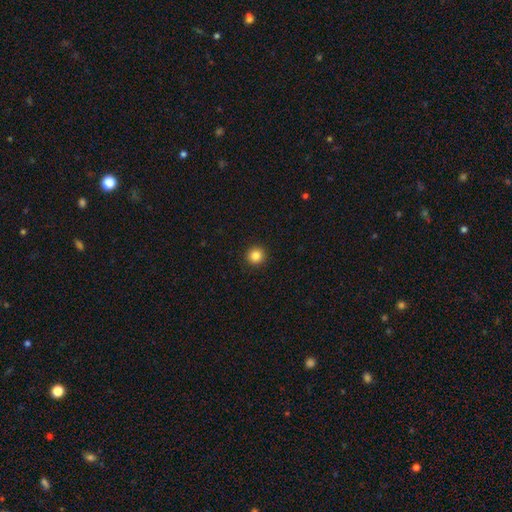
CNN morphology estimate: A smooth galaxy with no disk features (85%) that is round (94%).

Vote fractions:
- Smooth or featured? smooth: 85% / star or artifact: 11% / featured or disk: 4%
- How rounded? round: 94% / in between: 5% / cigar-shaped: 1%
- Merging? none: 93% / minor disturbance: 4% / major disturbance: 2% / merger: 1%